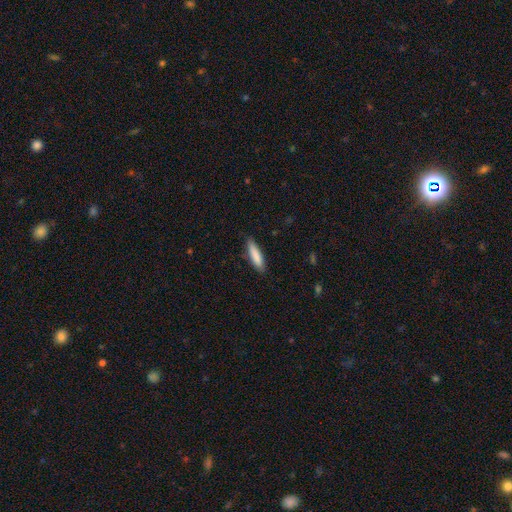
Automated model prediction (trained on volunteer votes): Smooth or featured? smooth (85%)
How rounded? cigar-shaped (74%)
Merging? none (85%)